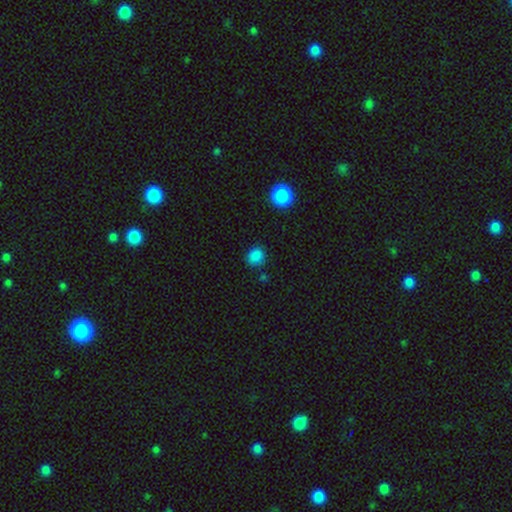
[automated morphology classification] A smooth galaxy with no disk features (85%) that is round (79%). Merging: none (83%).